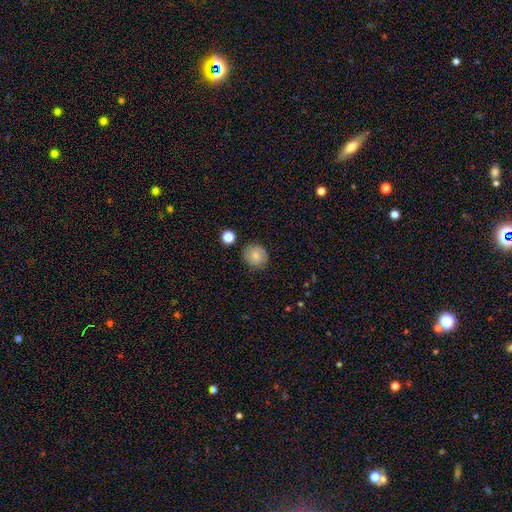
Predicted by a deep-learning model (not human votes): smooth-or-featured: smooth: 75% | featured or disk: 16% | star or artifact: 9%
  how-rounded: round: 85% | in between: 14% | cigar-shaped: 1%
  merging: none: 85% | minor disturbance: 10% | major disturbance: 3% | merger: 2%